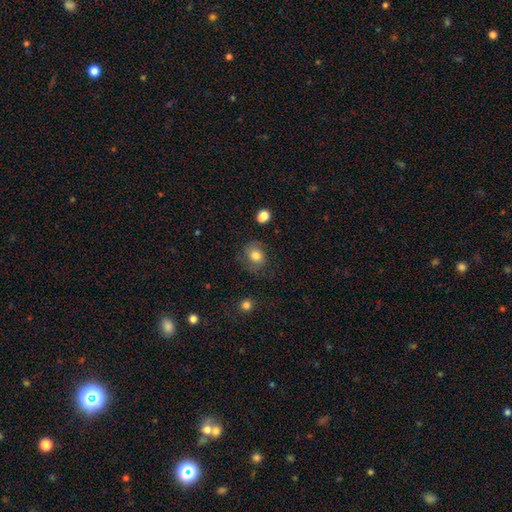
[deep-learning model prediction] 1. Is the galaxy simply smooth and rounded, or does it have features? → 73% smooth, 17% featured or disk, 10% star or artifact.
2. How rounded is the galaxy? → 67% round, 32% in between, 1% cigar-shaped.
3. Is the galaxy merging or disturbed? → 68% none, 21% minor disturbance, 10% major disturbance, 2% merger.